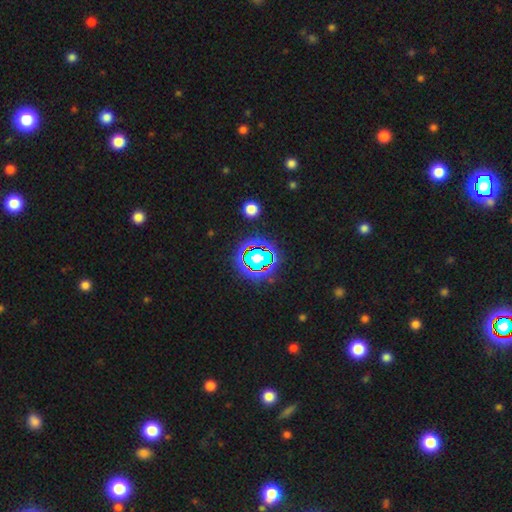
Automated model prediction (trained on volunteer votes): Smooth or featured: star or artifact — 60% (smooth — 25%)